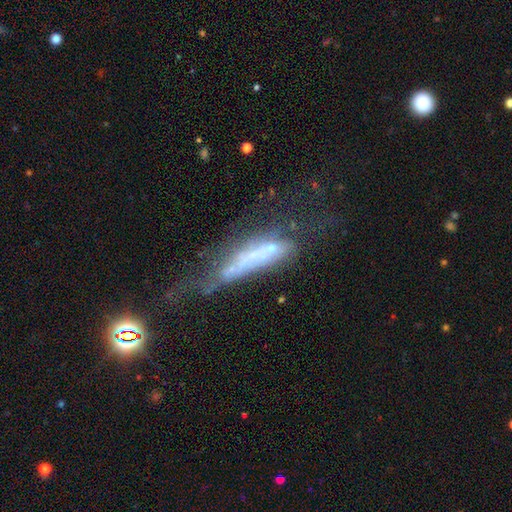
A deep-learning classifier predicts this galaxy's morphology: Smooth or featured: featured or disk — 52% (smooth — 32%)
Edge-on disk: no — 59% (yes — 41%)
Merging: major disturbance — 45% (none — 20%)